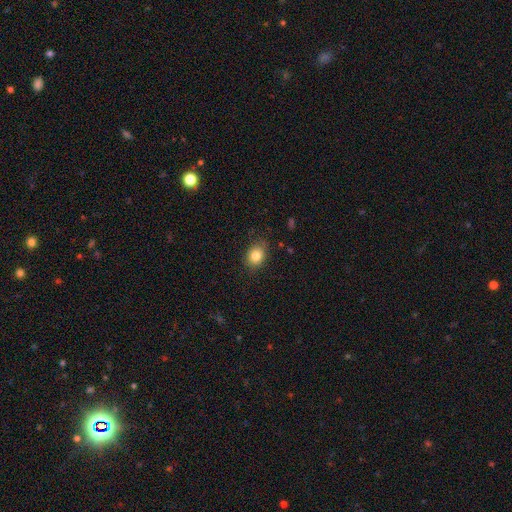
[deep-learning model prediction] Smooth or featured: smooth — 83% (star or artifact — 10%)
How rounded: in between — 53% (round — 46%)
Merging: none — 81% (minor disturbance — 14%)